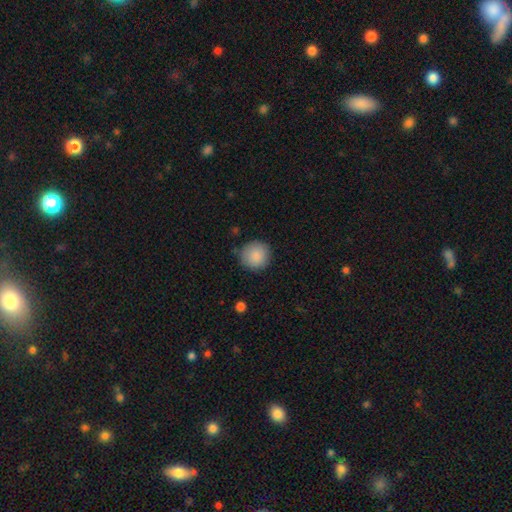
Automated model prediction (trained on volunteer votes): Morphology: type=smooth (88%); roundness=round (93%); merging=none (86%).